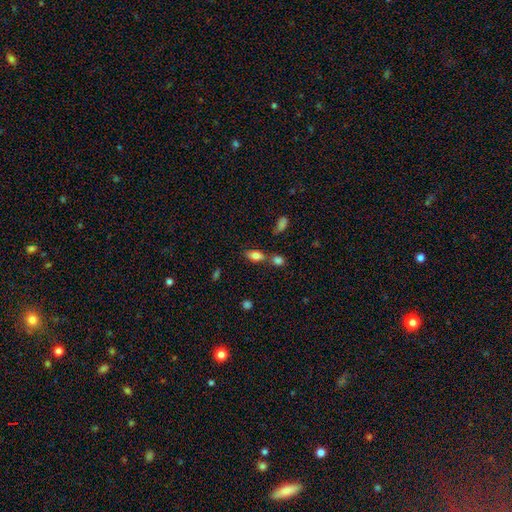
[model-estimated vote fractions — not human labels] smooth_or_featured: smooth (p=0.80) [alt: featured or disk p=0.11]
how_rounded: in between (p=0.86) [alt: cigar-shaped p=0.07]
merging: none (p=0.59) [alt: merger p=0.24]